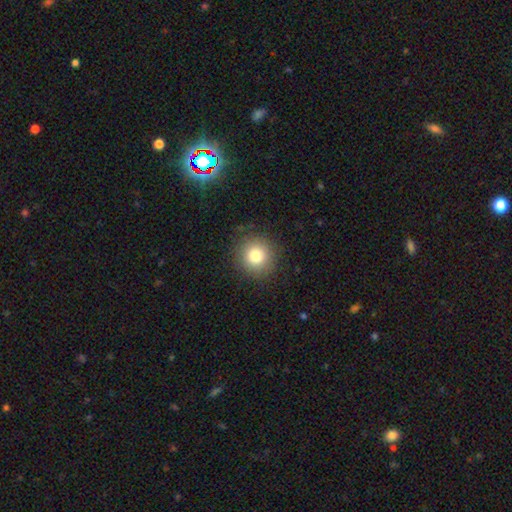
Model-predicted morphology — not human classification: smooth 81%, star or artifact 11%, featured or disk 8%. Down the decision tree: how rounded — round (94%); merging — none (89%).